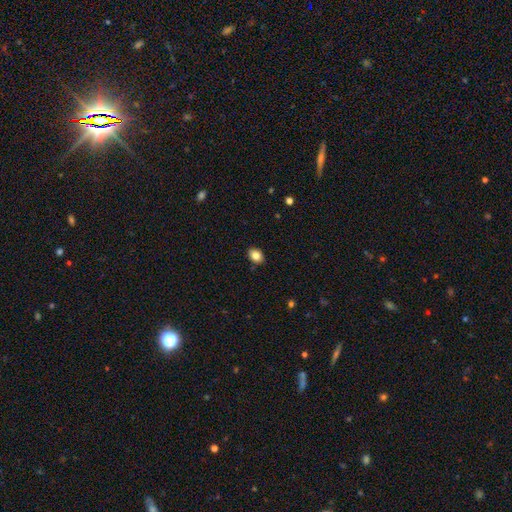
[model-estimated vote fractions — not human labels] The model was most divided on "how rounded": in between: 62%, round: 37%, cigar-shaped: 1%. More confident: merging — none (88%); smooth or featured — smooth (84%).